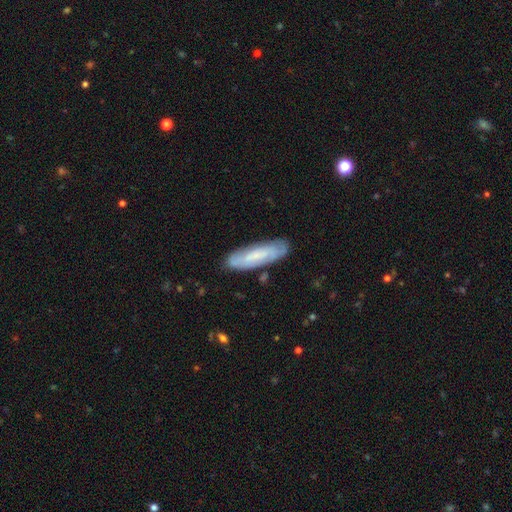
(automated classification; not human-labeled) smooth_or_featured: smooth (p=0.48) [alt: featured or disk p=0.44]
merging: none (p=0.81) [alt: minor disturbance p=0.14]